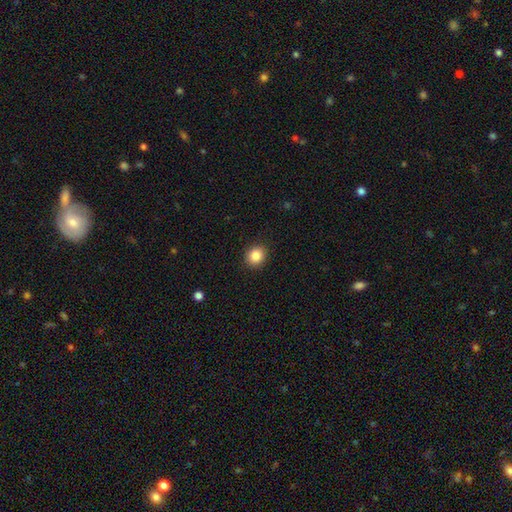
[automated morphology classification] The model was most divided on "how rounded": round: 78%, in between: 21%, cigar-shaped: 1%. More confident: merging — none (91%); smooth or featured — smooth (86%).